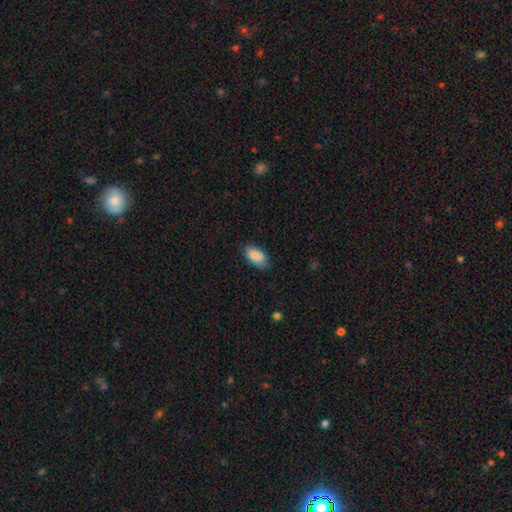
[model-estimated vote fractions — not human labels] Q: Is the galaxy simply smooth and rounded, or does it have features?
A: smooth — 88%.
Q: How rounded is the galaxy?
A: in between — 94%.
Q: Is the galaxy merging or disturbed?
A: none — 77%.